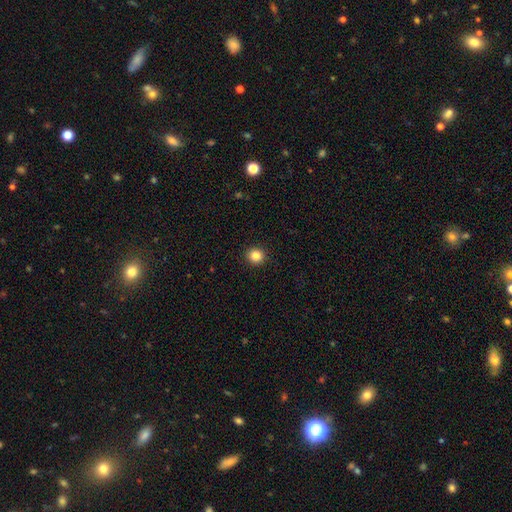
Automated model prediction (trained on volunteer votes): A smooth galaxy with no disk features (84%) that is round (92%). Merging: none (93%).